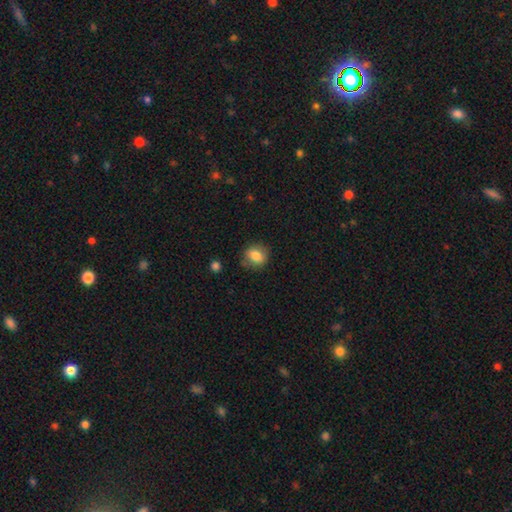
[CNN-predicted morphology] Smooth or featured? smooth (81%)
How rounded? round (58%)
Merging? none (79%)